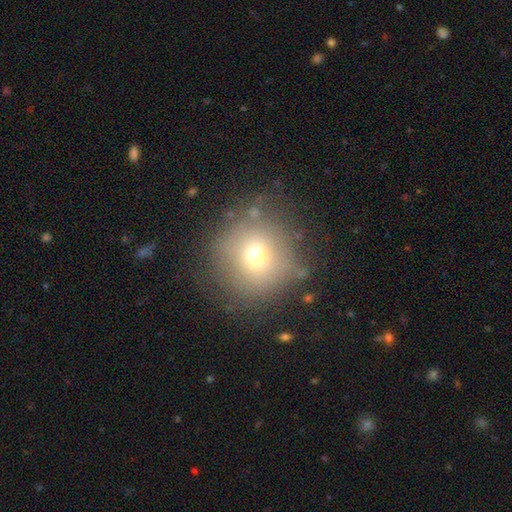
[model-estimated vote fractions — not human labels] smooth_or_featured: smooth (p=0.68) [alt: star or artifact p=0.17]
how_rounded: round (p=0.94) [alt: in between p=0.05]
merging: none (p=0.80) [alt: minor disturbance p=0.12]